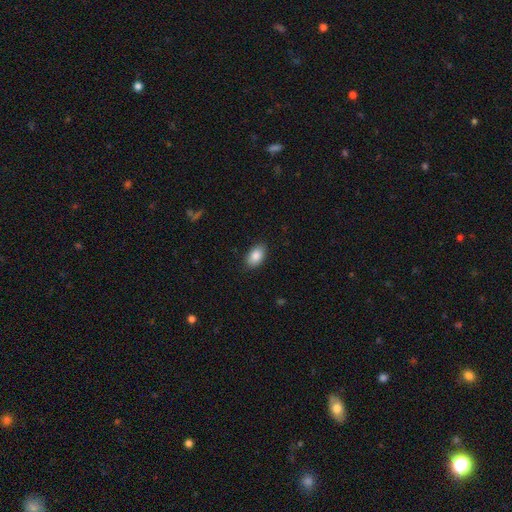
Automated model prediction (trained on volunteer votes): smooth_or_featured: smooth (p=0.87) [alt: star or artifact p=0.07]
how_rounded: in between (p=0.91) [alt: round p=0.08]
merging: none (p=0.86) [alt: minor disturbance p=0.10]